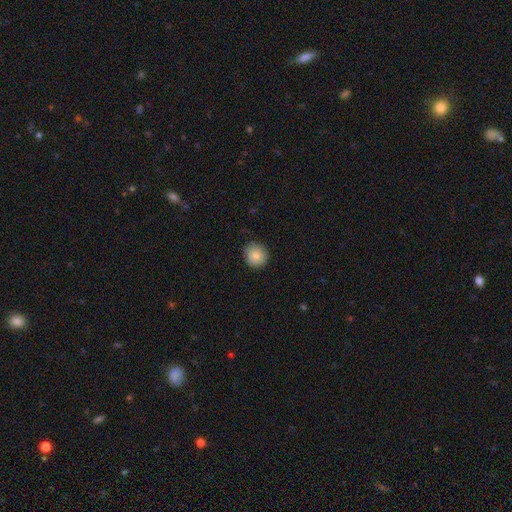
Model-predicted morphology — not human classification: Smooth or featured?
  - smooth: 82% *
  - star or artifact: 9%
  - featured or disk: 9%
How rounded?
  - round: 89% *
  - in between: 10%
  - cigar-shaped: 1%
Merging?
  - none: 85% *
  - minor disturbance: 12%
  - major disturbance: 2%
  - merger: 1%